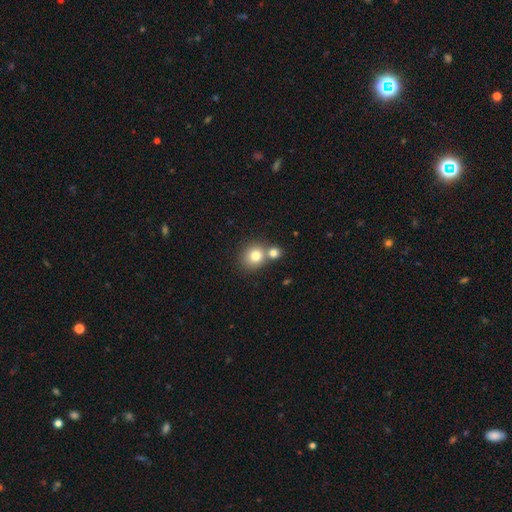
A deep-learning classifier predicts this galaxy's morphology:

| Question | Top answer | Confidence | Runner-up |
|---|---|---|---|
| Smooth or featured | smooth | 78% | star or artifact (11%) |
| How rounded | round | 81% | in between (18%) |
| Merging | none | 52% | merger (37%) |